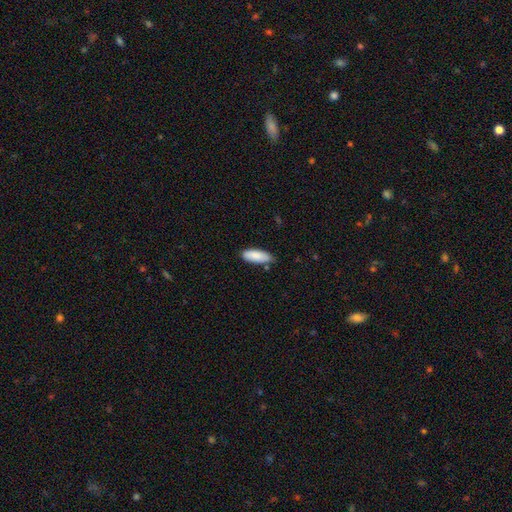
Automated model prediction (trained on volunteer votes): Overall: smooth (86%). How rounded: in between (75%). Merging: none (74%).